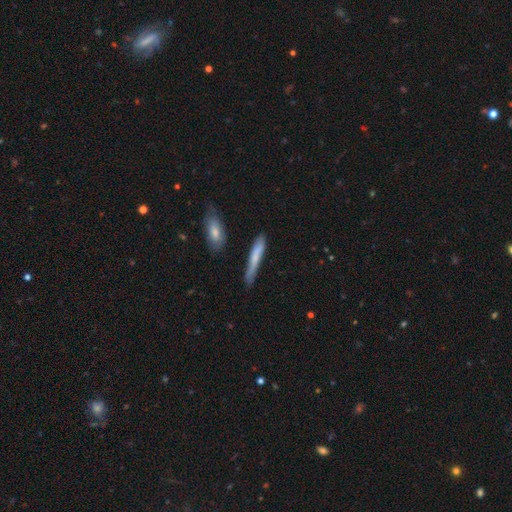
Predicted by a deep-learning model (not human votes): A smooth galaxy with no disk features (70%) that is cigar-shaped (93%).

Vote fractions:
- Smooth or featured? smooth: 70% / featured or disk: 24% / star or artifact: 6%
- How rounded? cigar-shaped: 93% / in between: 6% / round: 2%
- Merging? none: 72% / minor disturbance: 20% / major disturbance: 4% / merger: 4%